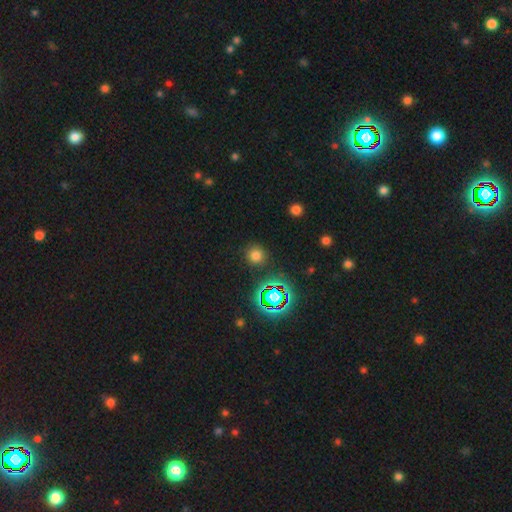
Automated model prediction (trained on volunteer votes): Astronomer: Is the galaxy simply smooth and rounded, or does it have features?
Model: smooth — 69%.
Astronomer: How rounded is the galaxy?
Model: round — 92%.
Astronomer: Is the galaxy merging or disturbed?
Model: none — 87%.